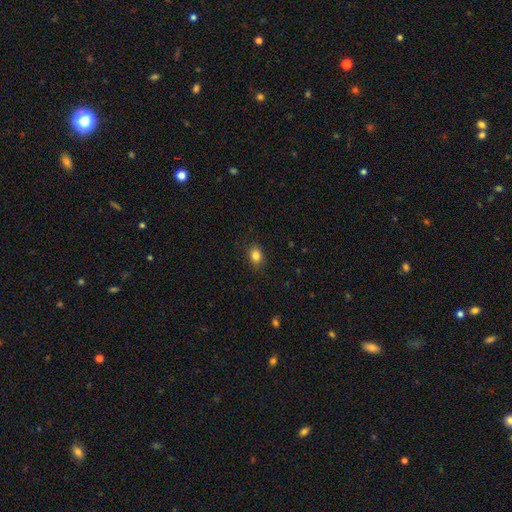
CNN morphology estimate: Smooth or featured? smooth (84%)
How rounded? in between (55%)
Merging? none (86%)